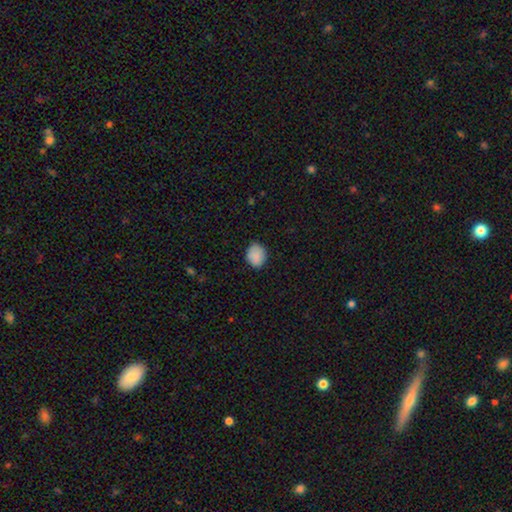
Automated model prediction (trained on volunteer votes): Morphology: type=smooth (87%); roundness=round (54%); merging=none (80%).